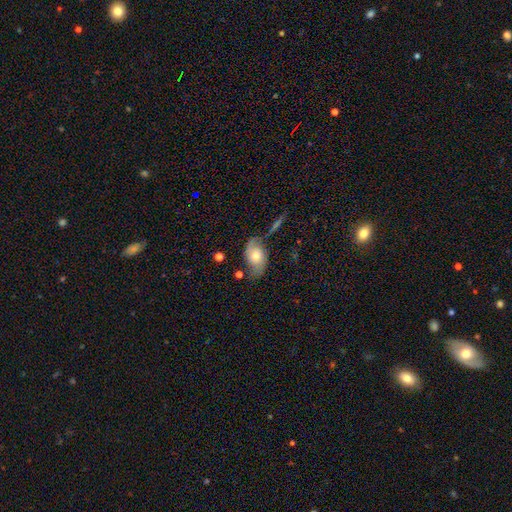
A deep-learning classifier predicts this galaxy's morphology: smooth_or_featured: smooth (p=0.47) [alt: featured or disk p=0.46]
merging: none (p=0.55) [alt: minor disturbance p=0.25]